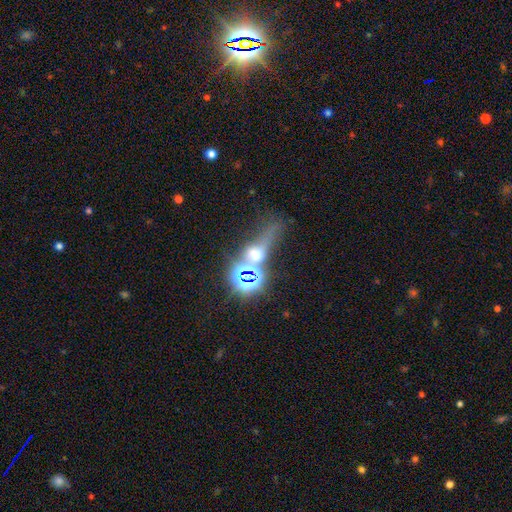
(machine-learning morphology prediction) Smooth or featured? star or artifact (42%)